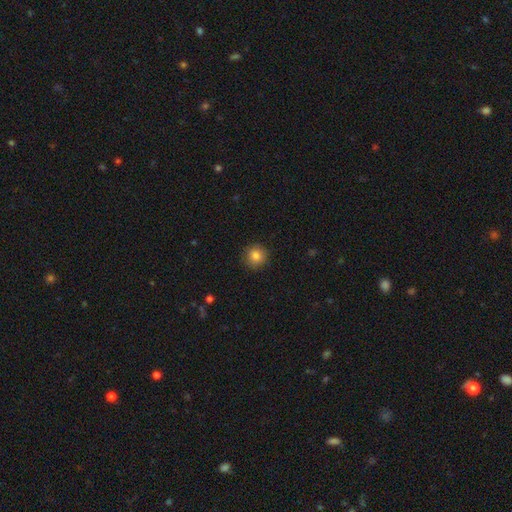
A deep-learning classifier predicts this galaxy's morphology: Smooth or featured? Predicted: smooth (p=0.84). How rounded? Predicted: round (p=0.94). Merging? Predicted: none (p=0.91).